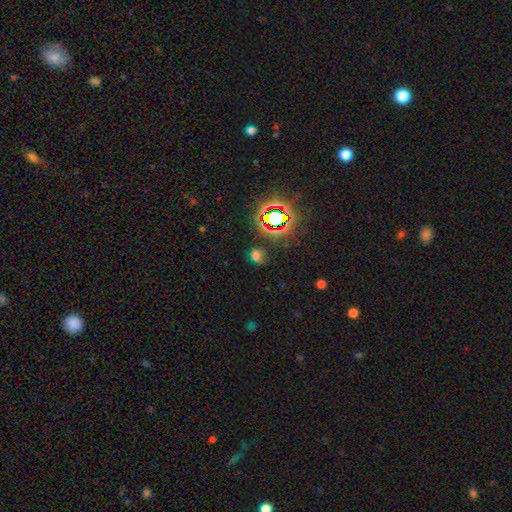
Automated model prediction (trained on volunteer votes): Q: Smooth or featured?
A: smooth (47%); runner-up: star or artifact (43%)
Q: Merging?
A: none (65%); runner-up: minor disturbance (18%)